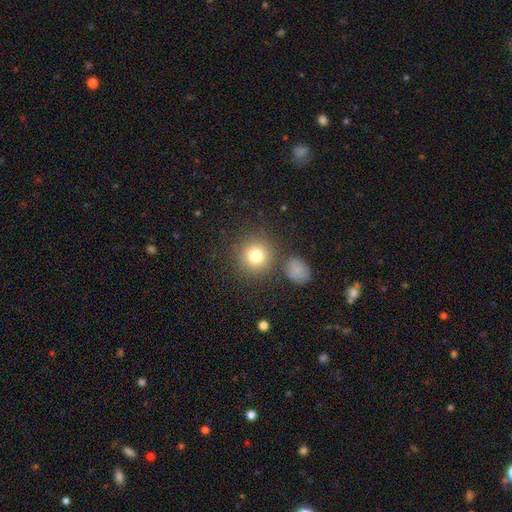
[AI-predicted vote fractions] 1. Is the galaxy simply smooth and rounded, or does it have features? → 79% smooth, 12% star or artifact, 9% featured or disk.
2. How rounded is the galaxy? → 92% round, 7% in between, 1% cigar-shaped.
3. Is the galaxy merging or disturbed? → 79% none, 9% merger, 8% minor disturbance, 4% major disturbance.